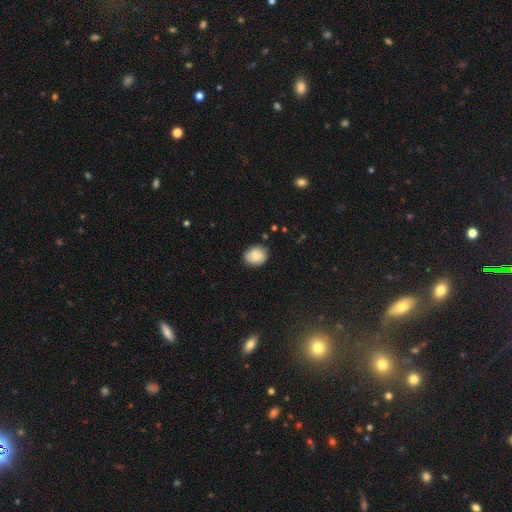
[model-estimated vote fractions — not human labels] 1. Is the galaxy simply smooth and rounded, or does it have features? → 82% smooth, 10% featured or disk, 8% star or artifact.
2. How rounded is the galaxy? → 54% round, 45% in between, 1% cigar-shaped.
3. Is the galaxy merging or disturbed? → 84% none, 12% minor disturbance, 2% major disturbance, 1% merger.